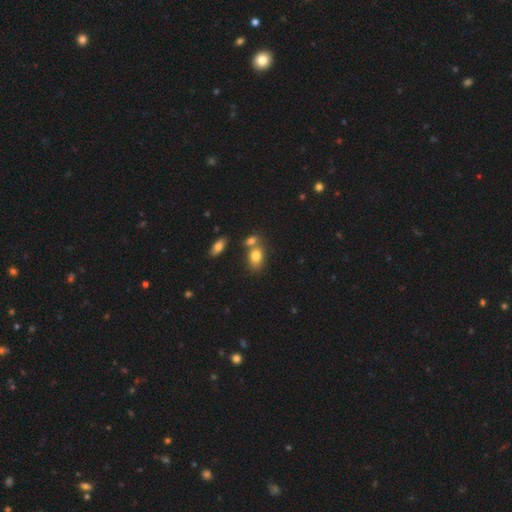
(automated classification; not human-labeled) smooth-or-featured: smooth: 80% | featured or disk: 11% | star or artifact: 9%
  how-rounded: in between: 82% | round: 16% | cigar-shaped: 2%
  merging: none: 51% | merger: 33% | minor disturbance: 12% | major disturbance: 4%